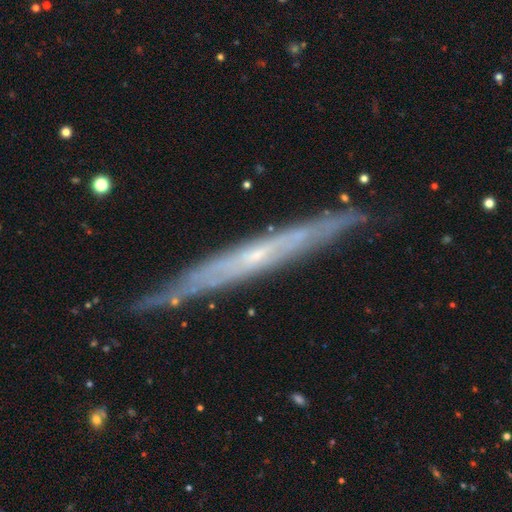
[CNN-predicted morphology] Smooth or featured?
  - featured or disk: 75% *
  - smooth: 18%
  - star or artifact: 8%
Edge-on disk?
  - yes: 85% *
  - no: 15%
Edge-on bulge?
  - none: 65% *
  - rounded: 32%
  - boxy: 3%
Merging?
  - none: 82% *
  - minor disturbance: 15%
  - major disturbance: 2%
  - merger: 1%